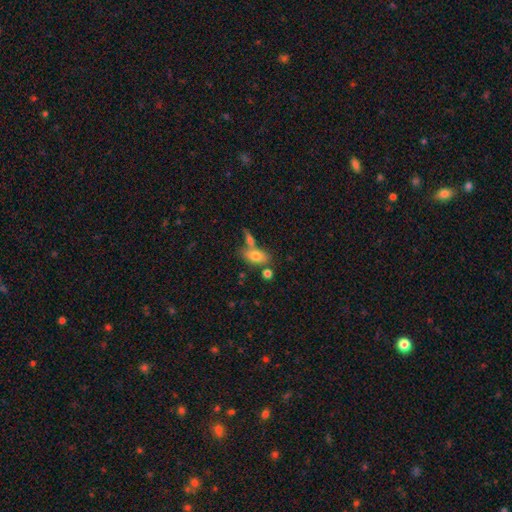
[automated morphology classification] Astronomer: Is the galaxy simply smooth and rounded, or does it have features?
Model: smooth — 74%.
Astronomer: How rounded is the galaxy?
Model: in between — 86%.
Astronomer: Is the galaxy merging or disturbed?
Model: none — 51% (runner-up: merger, 29%).